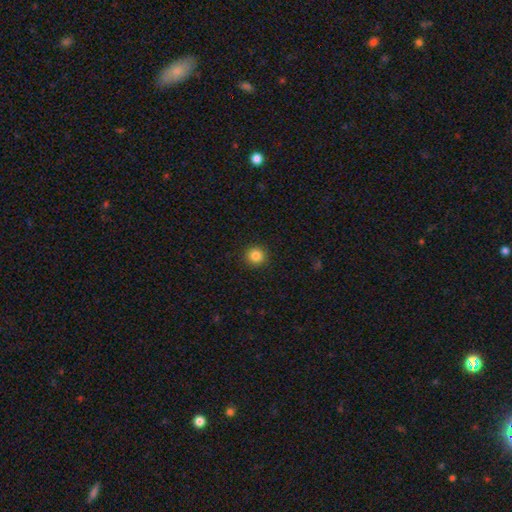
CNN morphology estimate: Smooth or featured: smooth — 84% (star or artifact — 11%)
How rounded: round — 94% (in between — 5%)
Merging: none — 92% (minor disturbance — 5%)